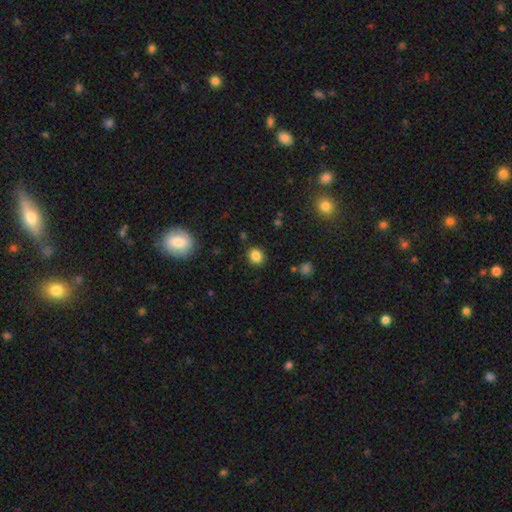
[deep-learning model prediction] Q: Smooth or featured?
A: smooth (84%); runner-up: star or artifact (11%)
Q: How rounded?
A: round (68%); runner-up: in between (31%)
Q: Merging?
A: none (86%); runner-up: minor disturbance (10%)